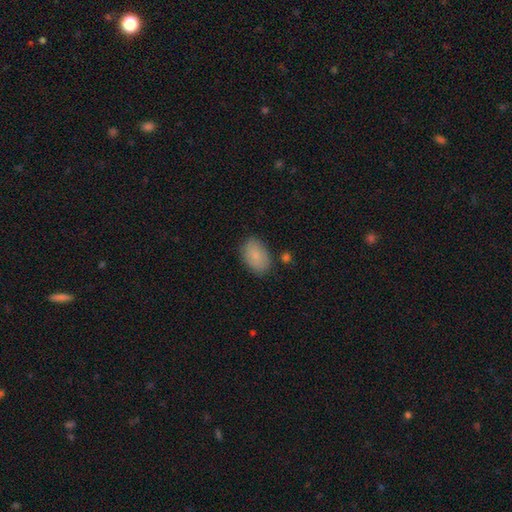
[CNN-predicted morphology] The model was most divided on "merging": none: 82%, minor disturbance: 13%, major disturbance: 3%, merger: 2%. More confident: how rounded — in between (89%); smooth or featured — smooth (85%).